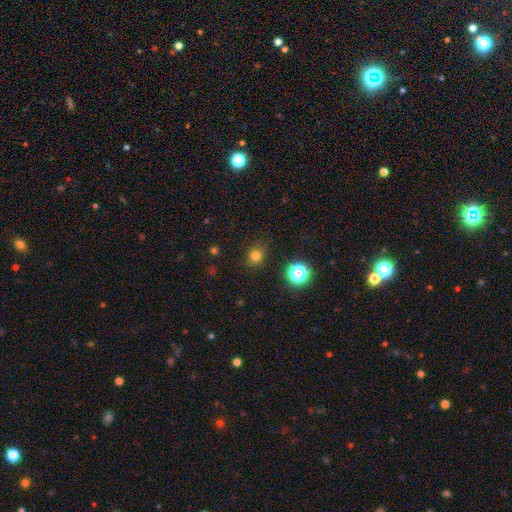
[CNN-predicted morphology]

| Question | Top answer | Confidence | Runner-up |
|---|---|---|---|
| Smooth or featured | smooth | 77% | star or artifact (17%) |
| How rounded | round | 77% | in between (22%) |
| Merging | none | 86% | minor disturbance (9%) |